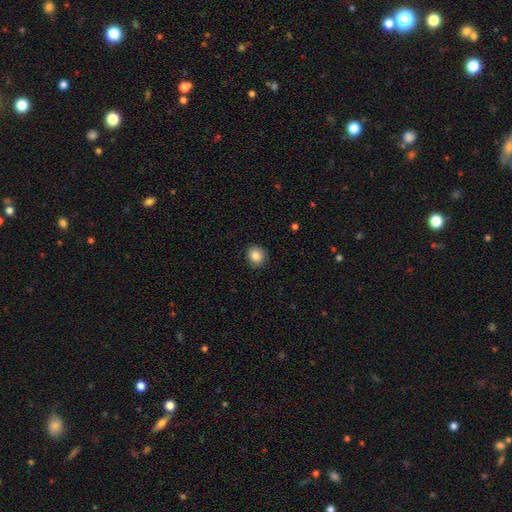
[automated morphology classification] A smooth galaxy with no disk features (87%) that is round (83%).

Vote fractions:
- Smooth or featured? smooth: 87% / star or artifact: 9% / featured or disk: 4%
- How rounded? round: 83% / in between: 17% / cigar-shaped: 1%
- Merging? none: 88% / minor disturbance: 9% / major disturbance: 2% / merger: 1%